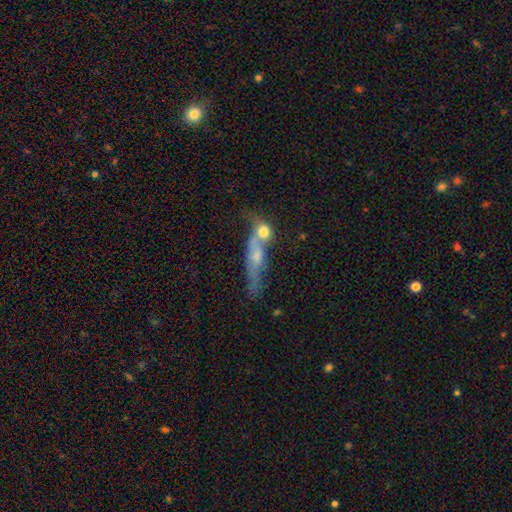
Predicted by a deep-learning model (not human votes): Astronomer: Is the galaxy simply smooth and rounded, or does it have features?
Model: smooth — 48% (runner-up: featured or disk, 42%).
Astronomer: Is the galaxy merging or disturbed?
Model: merger — 57%.